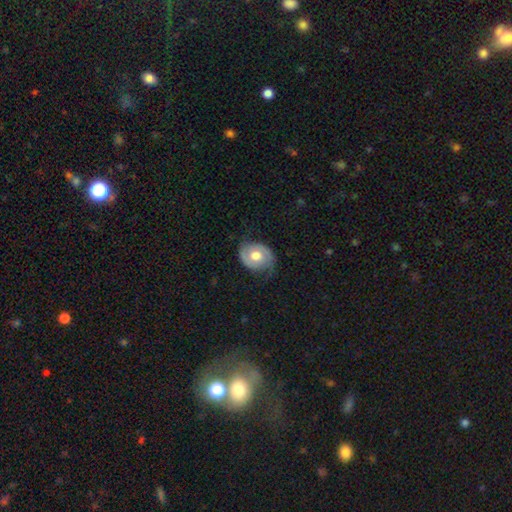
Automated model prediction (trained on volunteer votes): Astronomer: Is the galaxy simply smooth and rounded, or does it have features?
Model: featured or disk — 67%.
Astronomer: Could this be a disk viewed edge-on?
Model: no — 97%.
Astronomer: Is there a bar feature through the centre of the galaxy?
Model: no — 73%.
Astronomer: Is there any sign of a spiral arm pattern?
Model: yes — 83%.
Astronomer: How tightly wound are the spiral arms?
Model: tight — 42% (runner-up: medium, 38%).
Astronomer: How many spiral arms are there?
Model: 2 — 80%.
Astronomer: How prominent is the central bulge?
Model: moderate — 67%.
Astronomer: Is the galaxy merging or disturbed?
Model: none — 65%.